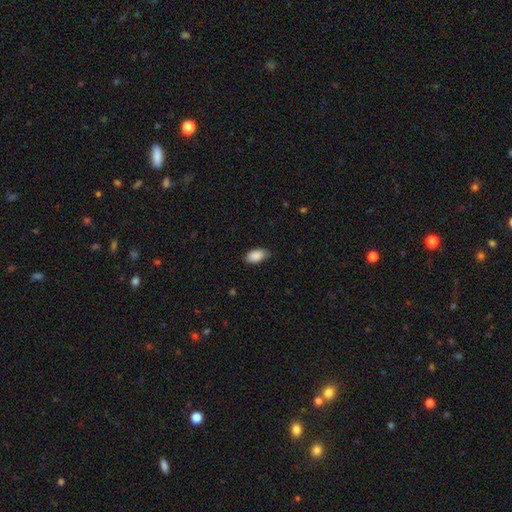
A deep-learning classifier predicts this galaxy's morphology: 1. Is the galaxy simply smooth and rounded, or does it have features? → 89% smooth, 6% star or artifact, 4% featured or disk.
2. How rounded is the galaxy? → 94% in between, 4% round, 3% cigar-shaped.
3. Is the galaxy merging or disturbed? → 76% none, 20% minor disturbance, 3% major disturbance, 1% merger.